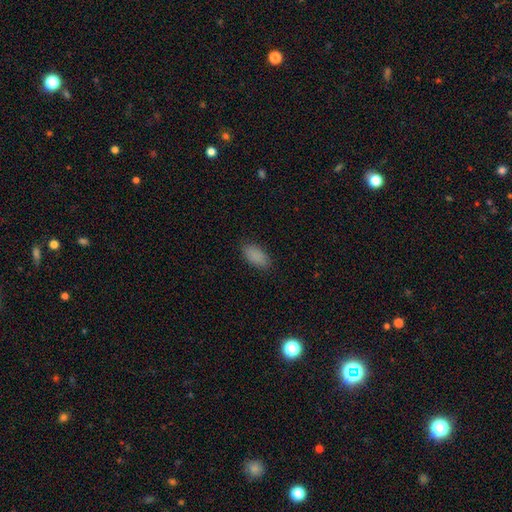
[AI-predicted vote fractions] Q: Smooth or featured?
A: smooth (88%); runner-up: star or artifact (8%)
Q: How rounded?
A: in between (92%); runner-up: cigar-shaped (5%)
Q: Merging?
A: none (85%); runner-up: minor disturbance (11%)